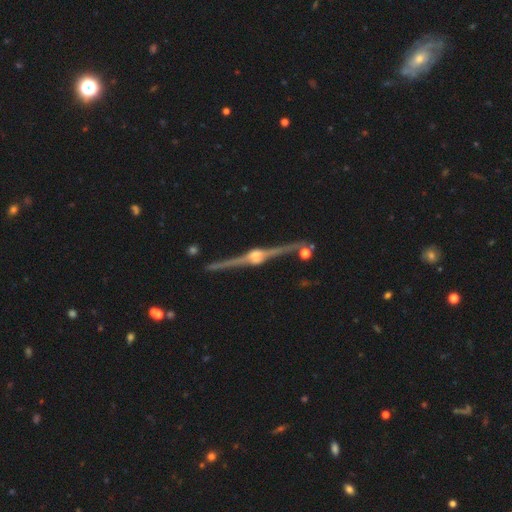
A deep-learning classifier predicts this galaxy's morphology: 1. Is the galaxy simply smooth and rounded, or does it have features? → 90% featured or disk, 7% star or artifact, 3% smooth.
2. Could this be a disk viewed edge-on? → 98% yes, 2% no.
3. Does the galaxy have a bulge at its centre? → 93% rounded, 5% boxy, 2% none.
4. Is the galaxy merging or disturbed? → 87% none, 8% minor disturbance, 3% merger, 2% major disturbance.